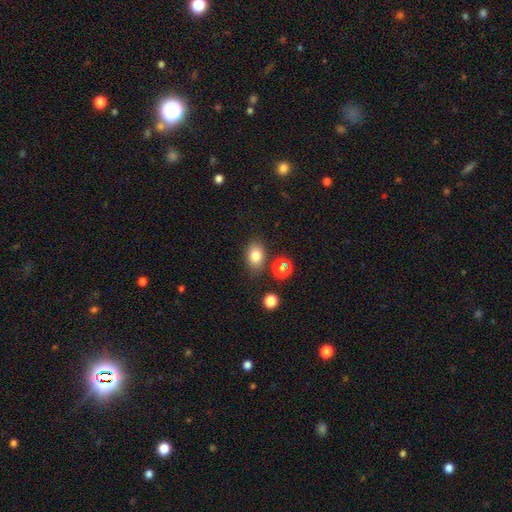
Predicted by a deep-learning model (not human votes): Smooth or featured? Predicted: smooth (p=0.80). How rounded? Predicted: in between (p=0.74). Merging? Predicted: none (p=0.78).